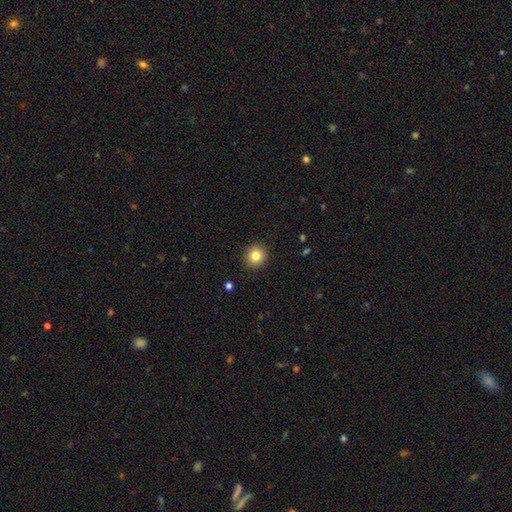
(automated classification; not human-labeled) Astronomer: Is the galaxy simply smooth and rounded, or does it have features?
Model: smooth — 84%.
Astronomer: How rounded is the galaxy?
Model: round — 90%.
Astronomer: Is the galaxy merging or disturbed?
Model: none — 91%.